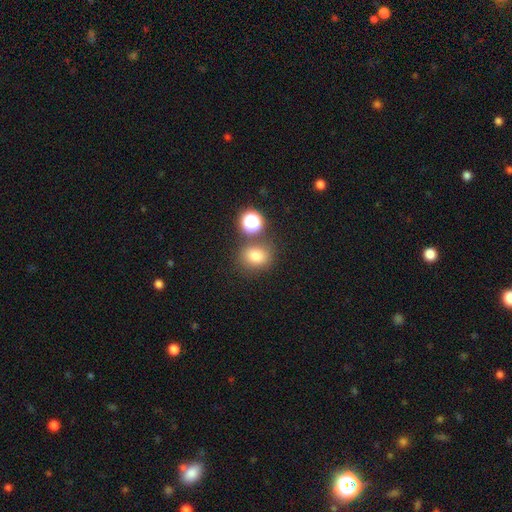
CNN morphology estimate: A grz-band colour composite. It shows a smooth galaxy with no disk features (77%) that is round (61%). Merging: none (73%).